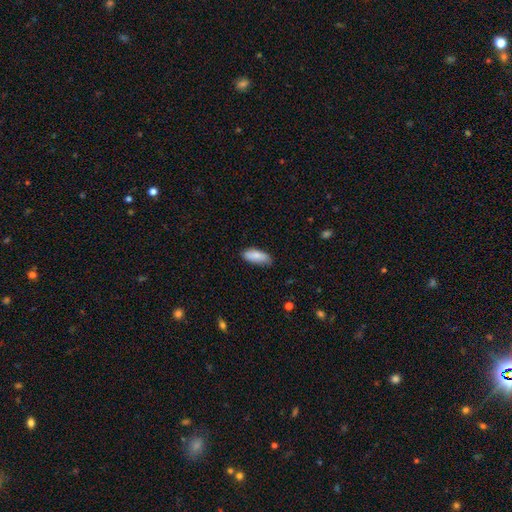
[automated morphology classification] This appears to be a smooth galaxy with no disk features (86%) that is in between round and cigar-shaped (78%). Merging: none (74%).